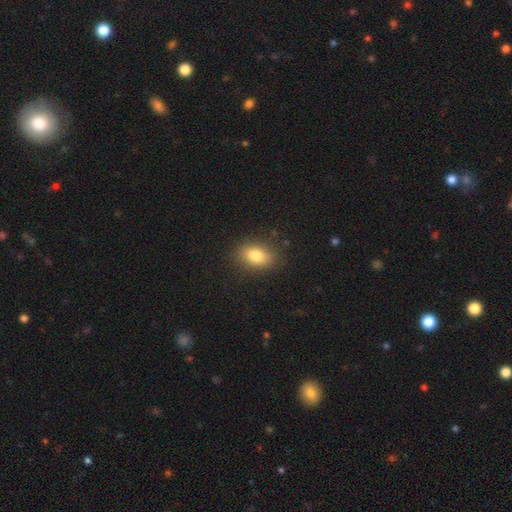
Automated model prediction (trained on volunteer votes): smooth 83%, star or artifact 9%, featured or disk 9%. Down the decision tree: how rounded — in between (82%); merging — none (85%).